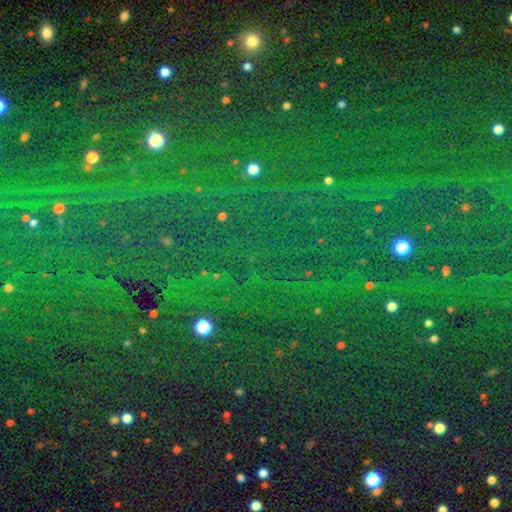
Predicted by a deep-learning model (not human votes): Q: Smooth or featured?
A: star or artifact (82%); runner-up: smooth (11%)